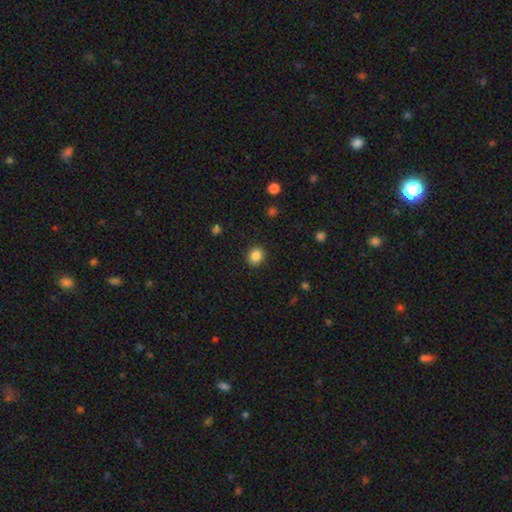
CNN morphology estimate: smooth_or_featured: smooth (p=0.86) [alt: star or artifact p=0.10]
how_rounded: round (p=0.75) [alt: in between p=0.24]
merging: none (p=0.90) [alt: minor disturbance p=0.07]